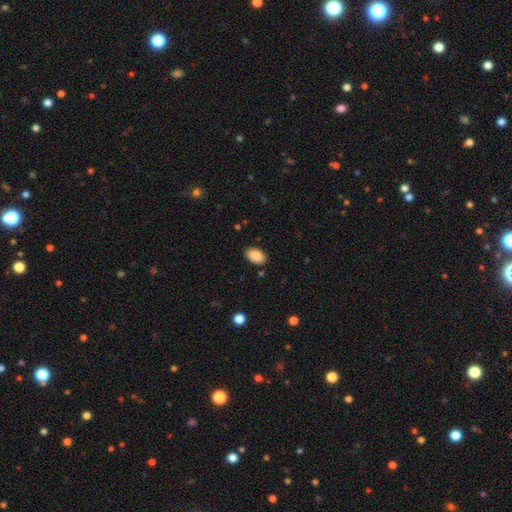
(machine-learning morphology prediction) Smooth or featured?
  - smooth: 89% *
  - star or artifact: 7%
  - featured or disk: 4%
How rounded?
  - in between: 87% *
  - round: 12%
  - cigar-shaped: 1%
Merging?
  - none: 87% *
  - minor disturbance: 10%
  - major disturbance: 2%
  - merger: 1%